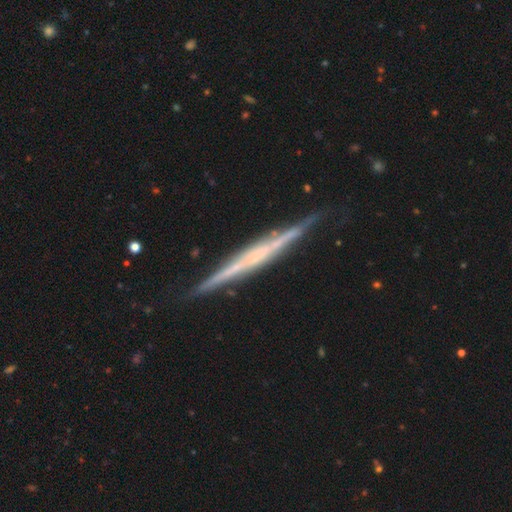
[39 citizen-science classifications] Smooth or featured? featured or disk (82%)
Edge-on disk? yes (97%)
Edge-on bulge? none (55%)
Merging? none (87%)